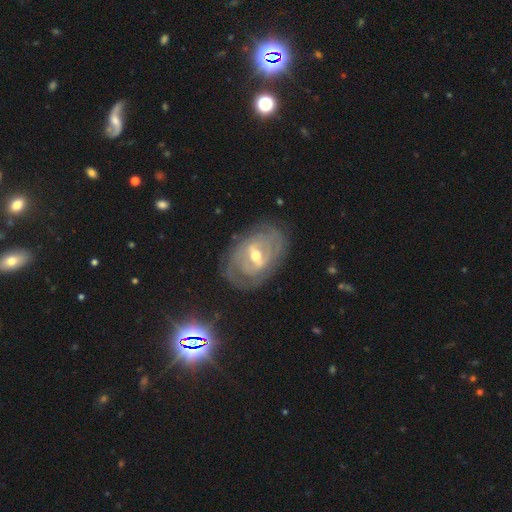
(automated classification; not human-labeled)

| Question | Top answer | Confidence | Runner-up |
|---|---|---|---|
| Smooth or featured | featured or disk | 84% | smooth (11%) |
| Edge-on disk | no | 94% | yes (6%) |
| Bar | strong | 44% | weak (43%) |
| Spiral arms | yes | 82% | no (18%) |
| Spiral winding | tight | 71% | medium (21%) |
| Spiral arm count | can't tell | 44% | 2 (29%) |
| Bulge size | moderate | 71% | small (22%) |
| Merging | none | 75% | minor disturbance (17%) |